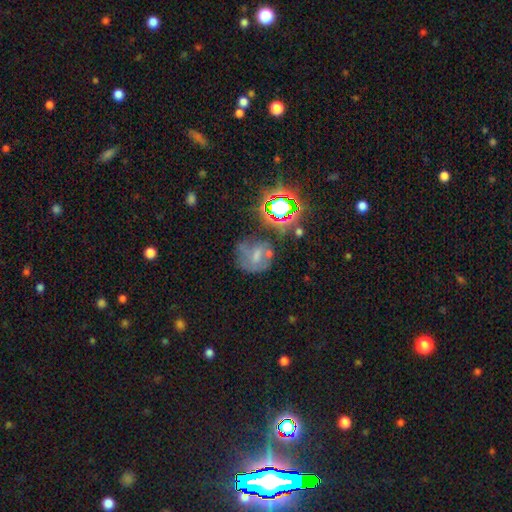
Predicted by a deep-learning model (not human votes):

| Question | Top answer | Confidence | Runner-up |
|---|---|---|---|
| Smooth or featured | smooth | 39% | featured or disk (36%) |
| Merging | none | 40% | minor disturbance (24%) |